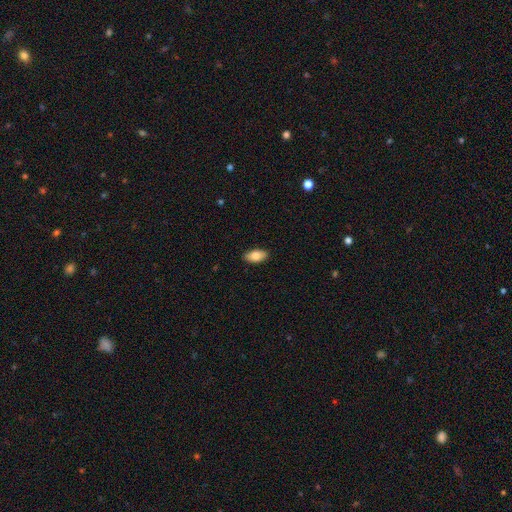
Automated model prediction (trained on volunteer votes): A smooth galaxy with no disk features (83%) that is in between round and cigar-shaped (92%).

Vote fractions:
- Smooth or featured? smooth: 83% / featured or disk: 10% / star or artifact: 7%
- How rounded? in between: 92% / cigar-shaped: 4% / round: 3%
- Merging? none: 89% / minor disturbance: 8% / major disturbance: 2% / merger: 1%